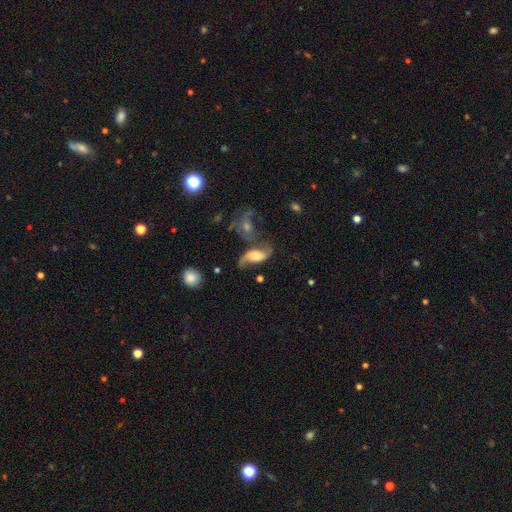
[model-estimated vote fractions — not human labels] Smooth or featured?
  - featured or disk: 75% *
  - smooth: 18%
  - star or artifact: 8%
Edge-on disk?
  - no: 94% *
  - yes: 6%
Bar?
  - no: 53% *
  - weak: 36%
  - strong: 11%
Spiral arms?
  - yes: 92% *
  - no: 8%
Spiral winding?
  - loose: 74% *
  - medium: 21%
  - tight: 5%
Spiral arm count?
  - 2: 88% *
  - 1: 5%
  - can't tell: 4%
  - 3: 1%
  - 4: 1%
  - more than 4: 1%
Bulge size?
  - moderate: 41% *
  - large: 32%
  - small: 15%
  - none: 8%
  - dominant: 4%
Merging?
  - none: 43% *
  - merger: 24%
  - minor disturbance: 18%
  - major disturbance: 16%